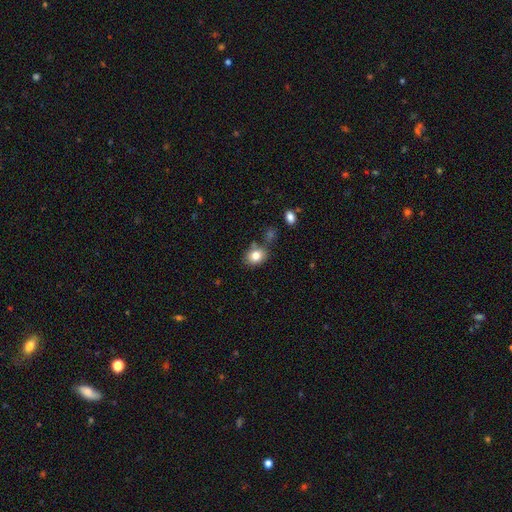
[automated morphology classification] A smooth galaxy with no disk features (82%) that is in between round and cigar-shaped (53%). Merging: none (72%).